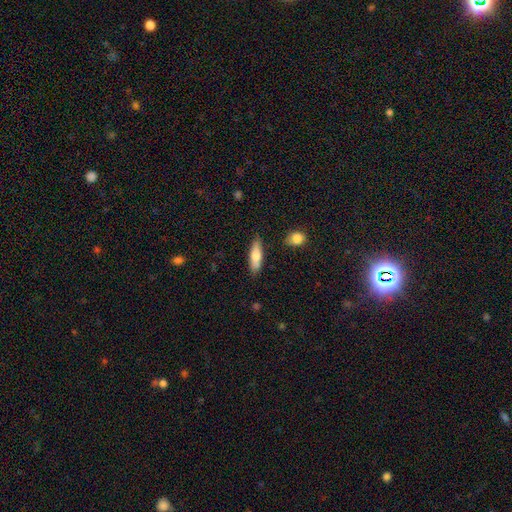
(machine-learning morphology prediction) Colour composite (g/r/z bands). It shows a smooth galaxy with no disk features (69%) that is cigar-shaped (56%). Merging: none (84%).